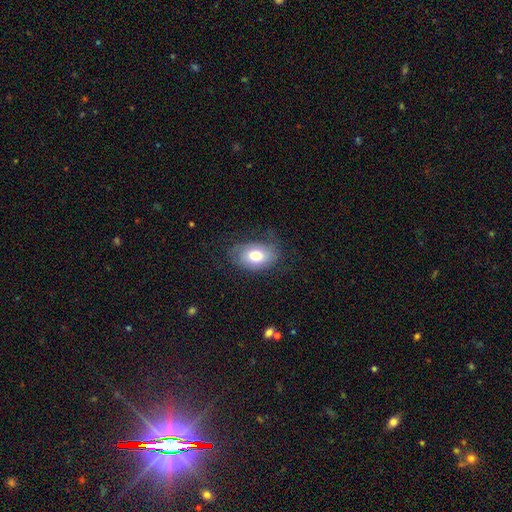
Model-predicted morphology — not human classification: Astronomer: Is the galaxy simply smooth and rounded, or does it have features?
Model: smooth — 68%.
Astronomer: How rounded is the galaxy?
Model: in between — 87%.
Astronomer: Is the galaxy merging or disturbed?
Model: none — 63%.